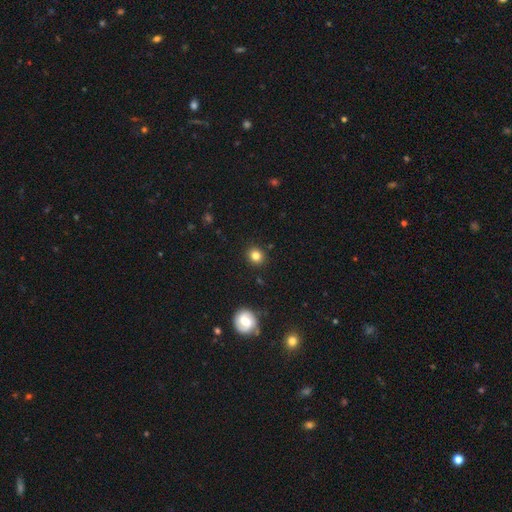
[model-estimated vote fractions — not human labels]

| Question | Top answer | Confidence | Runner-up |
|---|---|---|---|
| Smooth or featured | smooth | 82% | star or artifact (12%) |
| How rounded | round | 82% | in between (17%) |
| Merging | none | 90% | minor disturbance (6%) |